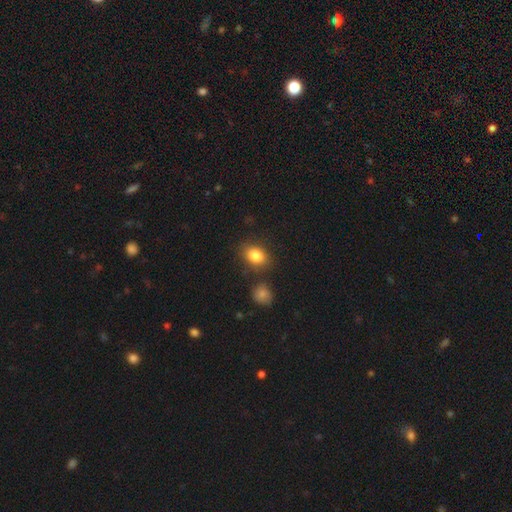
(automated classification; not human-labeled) smooth-or-featured: smooth: 84% | star or artifact: 9% | featured or disk: 7%
  how-rounded: in between: 73% | round: 26% | cigar-shaped: 1%
  merging: none: 78% | minor disturbance: 12% | merger: 7% | major disturbance: 3%